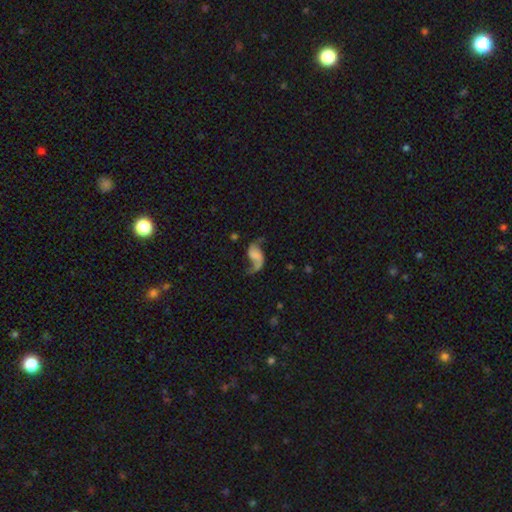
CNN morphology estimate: smooth_or_featured: featured or disk (p=0.74) [alt: smooth p=0.18]
disk_edge_on: no (p=0.97) [alt: yes p=0.03]
bar: no (p=0.55) [alt: weak p=0.32]
has_spiral_arms: yes (p=0.93) [alt: no p=0.07]
spiral_winding: loose (p=0.84) [alt: medium p=0.12]
spiral_arm_count: 2 (p=0.77) [alt: 1 p=0.19]
bulge_size: none (p=0.62) [alt: small p=0.12]
merging: none (p=0.52) [alt: major disturbance p=0.25]